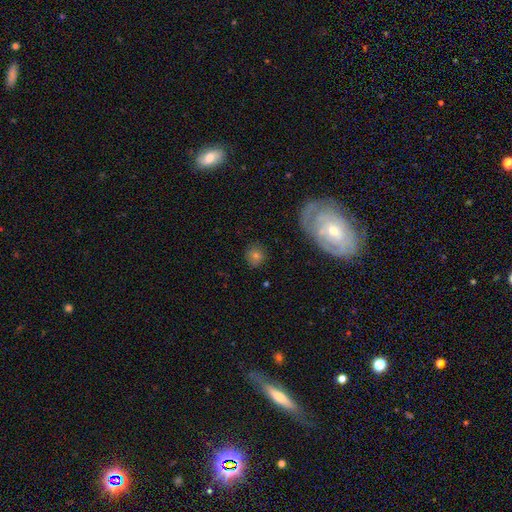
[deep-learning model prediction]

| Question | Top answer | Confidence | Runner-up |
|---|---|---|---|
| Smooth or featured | smooth | 62% | featured or disk (25%) |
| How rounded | round | 79% | in between (19%) |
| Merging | none | 81% | minor disturbance (11%) |